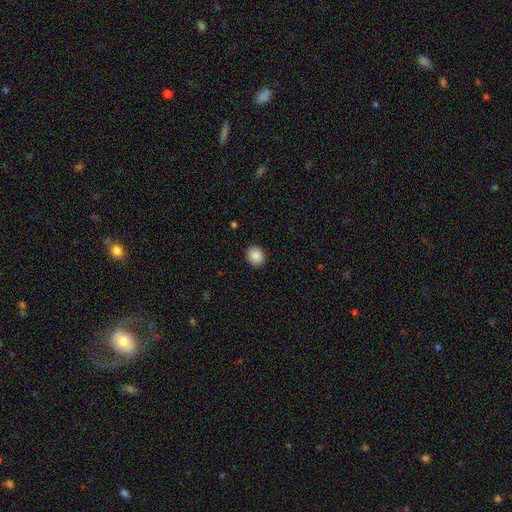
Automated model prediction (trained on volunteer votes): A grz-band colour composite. It shows a smooth galaxy with no disk features (88%) that is round (63%). Merging: none (90%).